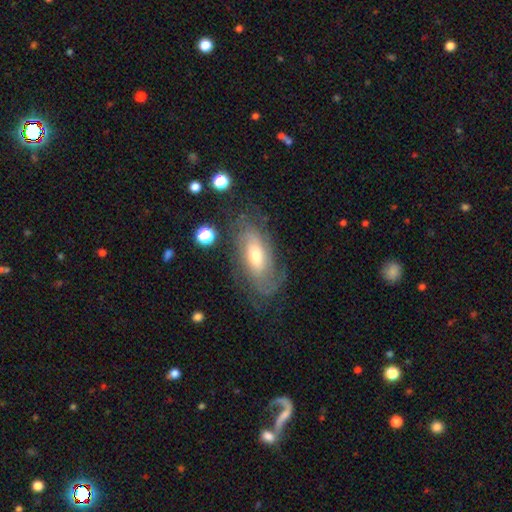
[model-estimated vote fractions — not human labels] The model was most divided on "smooth or featured": featured or disk: 60%, smooth: 32%, star or artifact: 8%. More confident: edge-on disk — no (85%); spiral arms — yes (77%); merging — none (68%); bar — no (63%); bulge size — moderate (62%).